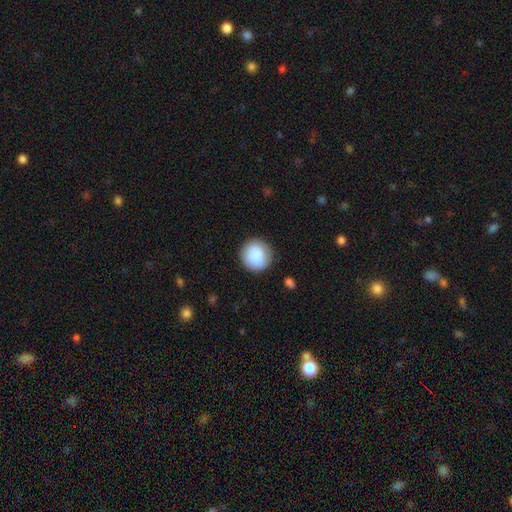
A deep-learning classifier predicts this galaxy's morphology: This appears to be a smooth galaxy with no disk features (88%) that is round (92%). Merging: none (85%).